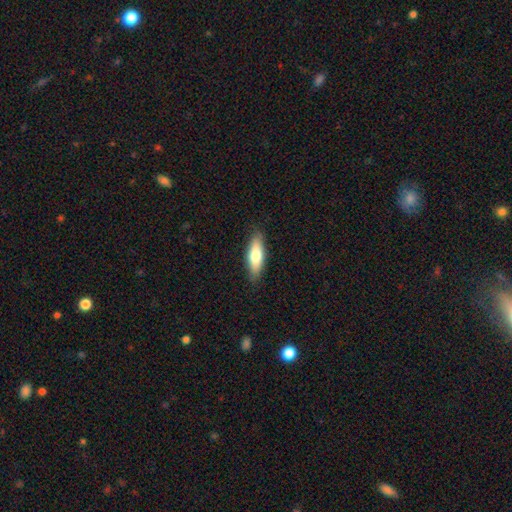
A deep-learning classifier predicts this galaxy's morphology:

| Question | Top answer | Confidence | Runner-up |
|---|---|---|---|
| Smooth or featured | smooth | 71% | featured or disk (23%) |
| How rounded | in between | 55% | cigar-shaped (43%) |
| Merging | none | 86% | minor disturbance (11%) |